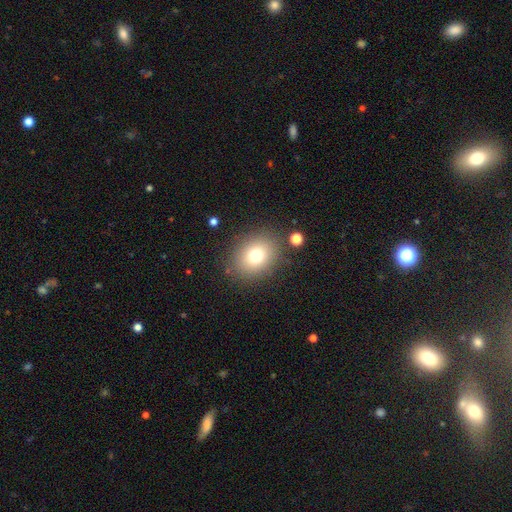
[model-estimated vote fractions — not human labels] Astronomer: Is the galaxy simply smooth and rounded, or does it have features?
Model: smooth — 75%.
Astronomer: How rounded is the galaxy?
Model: round — 55% (runner-up: in between, 44%).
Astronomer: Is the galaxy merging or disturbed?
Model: none — 84%.